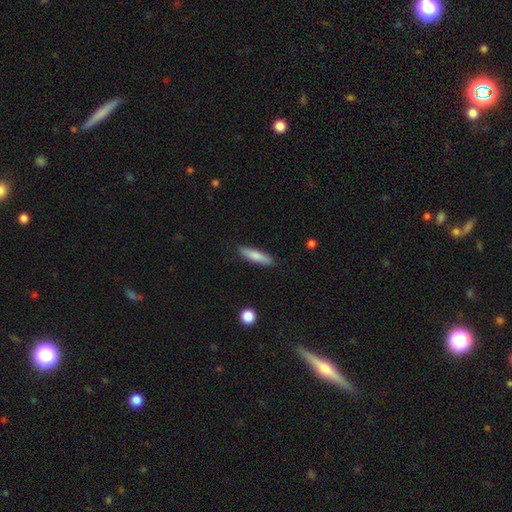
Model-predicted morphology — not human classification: type=smooth (79%); roundness=cigar-shaped (78%); merging=none (88%).